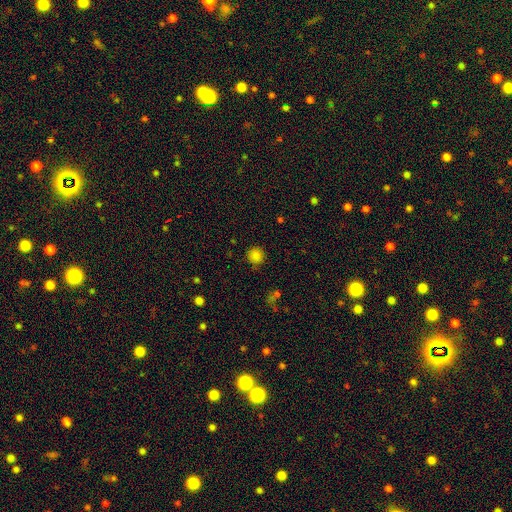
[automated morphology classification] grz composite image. It shows a smooth galaxy with no disk features (83%) that is round (93%). Merging: none (85%).